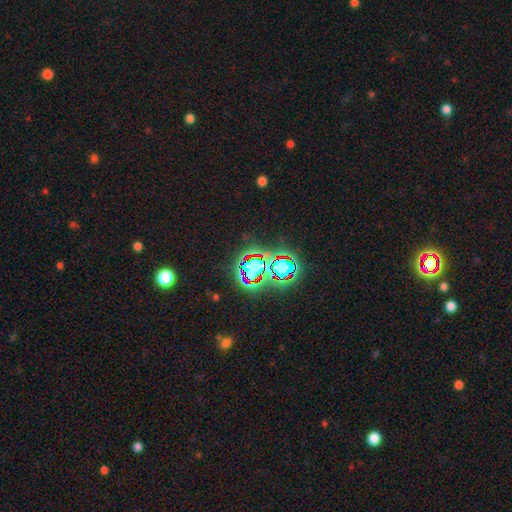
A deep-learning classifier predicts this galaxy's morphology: Q: Smooth or featured?
A: star or artifact (81%); runner-up: smooth (11%)